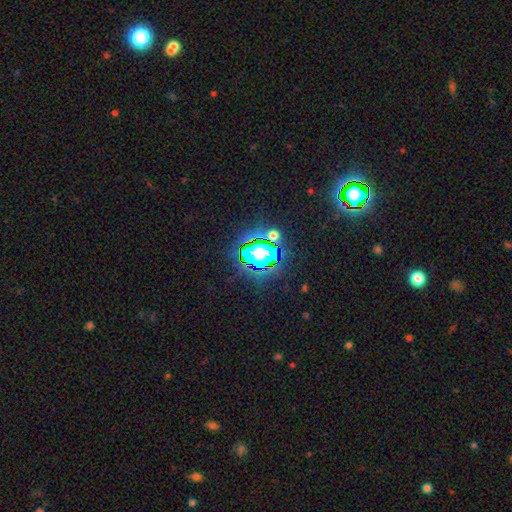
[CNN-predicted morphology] This appears to be a star or artifact, not a galaxy (60%).